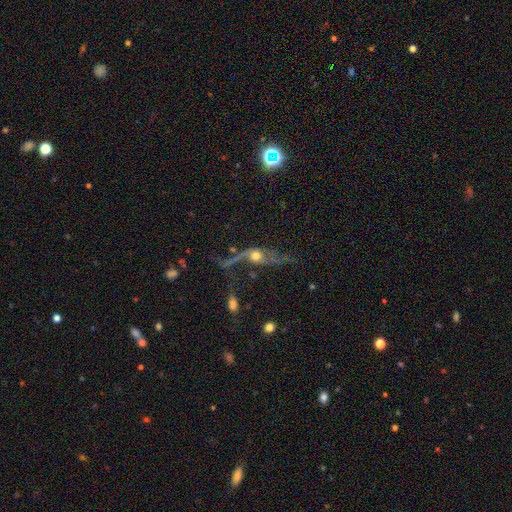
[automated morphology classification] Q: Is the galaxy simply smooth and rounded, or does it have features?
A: featured or disk — 69%.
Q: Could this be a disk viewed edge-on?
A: no — 79%.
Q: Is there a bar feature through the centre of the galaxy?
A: no — 78%.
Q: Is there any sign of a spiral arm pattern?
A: yes — 73%.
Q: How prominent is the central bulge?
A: moderate — 58%.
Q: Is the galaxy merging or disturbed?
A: major disturbance — 36%.